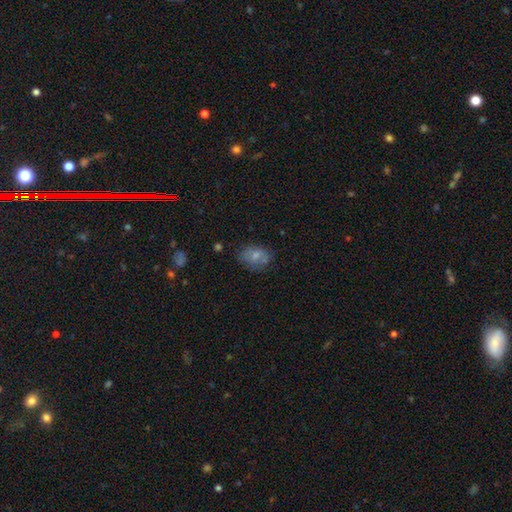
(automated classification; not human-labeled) Smooth or featured?
  - smooth: 70% *
  - featured or disk: 20%
  - star or artifact: 10%
How rounded?
  - in between: 74% *
  - round: 25%
  - cigar-shaped: 1%
Merging?
  - none: 60% *
  - minor disturbance: 25%
  - major disturbance: 10%
  - merger: 5%